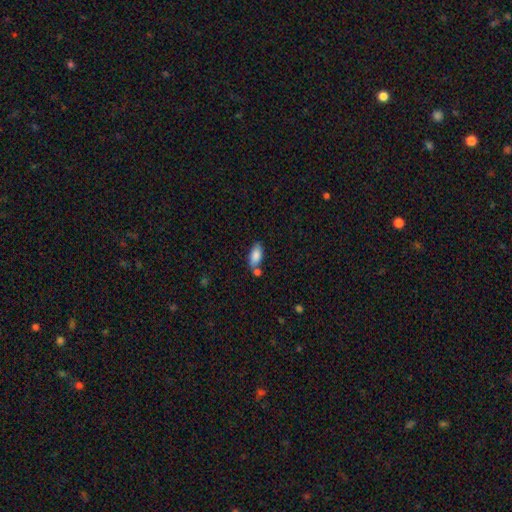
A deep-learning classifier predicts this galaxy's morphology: A smooth galaxy with no disk features (84%) that is in between round and cigar-shaped (88%).

Vote fractions:
- Smooth or featured? smooth: 84% / featured or disk: 9% / star or artifact: 7%
- How rounded? in between: 88% / cigar-shaped: 9% / round: 3%
- Merging? none: 56% / merger: 23% / minor disturbance: 16% / major disturbance: 5%